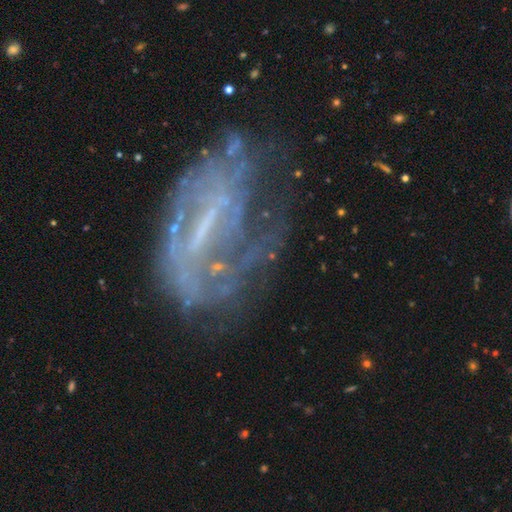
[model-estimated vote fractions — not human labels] The model was most divided on "bar": strong: 39%, weak: 38%, no: 23%. Remaining: edge-on disk — no (94%); smooth or featured — featured or disk (75%); spiral arms — yes (60%); bulge size — none (46%); merging — none (43%).